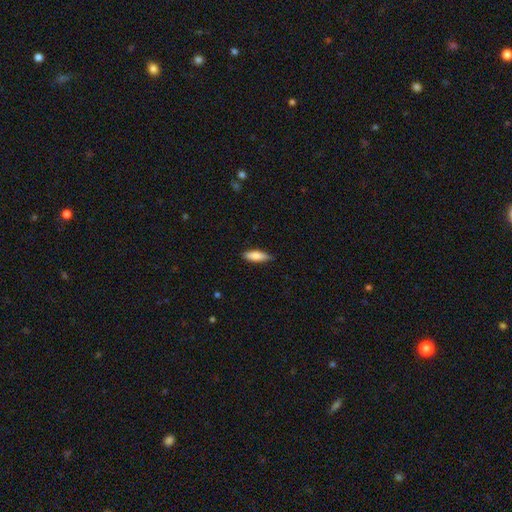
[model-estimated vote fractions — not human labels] The model was most divided on "how rounded": in between: 51%, cigar-shaped: 47%, round: 2%. More confident: merging — none (79%); smooth or featured — smooth (78%).